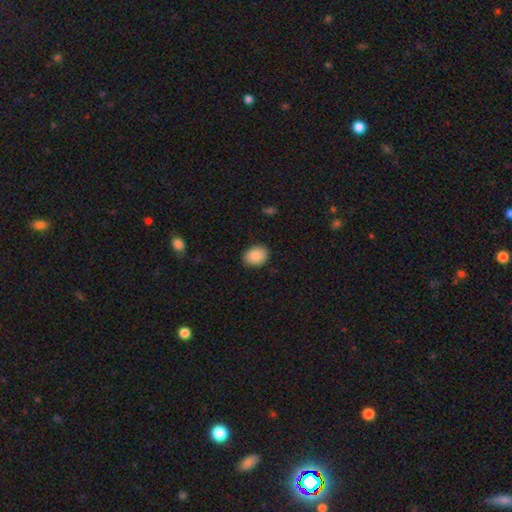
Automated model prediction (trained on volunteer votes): smooth-or-featured: smooth: 88% | star or artifact: 8% | featured or disk: 5%
  how-rounded: in between: 57% | round: 42% | cigar-shaped: 1%
  merging: none: 87% | minor disturbance: 10% | major disturbance: 2% | merger: 1%